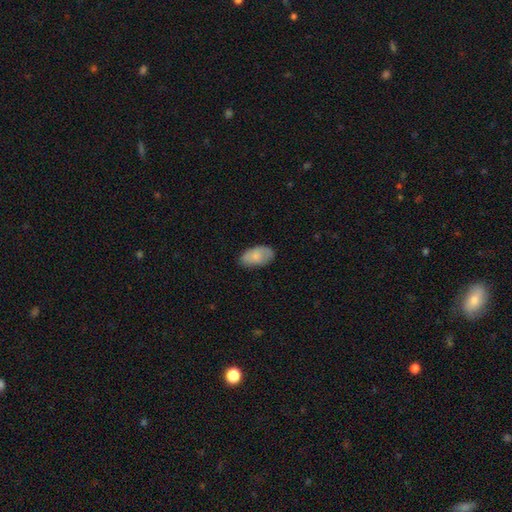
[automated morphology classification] type=smooth (77%); roundness=in between (94%); merging=none (73%).